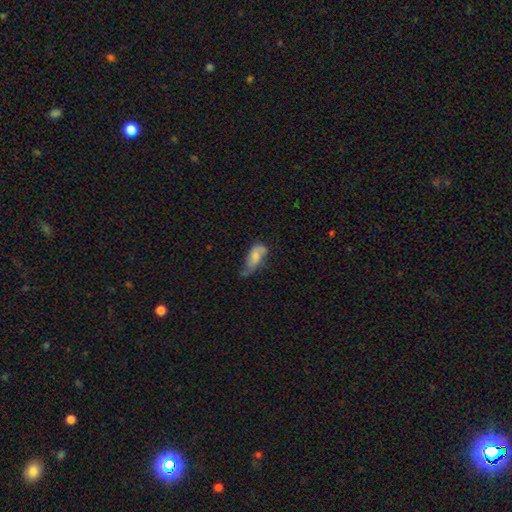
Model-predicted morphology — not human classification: smooth_or_featured: smooth (p=0.61) [alt: featured or disk p=0.31]
how_rounded: in between (p=0.87) [alt: cigar-shaped p=0.09]
merging: minor disturbance (p=0.41) [alt: none p=0.32]